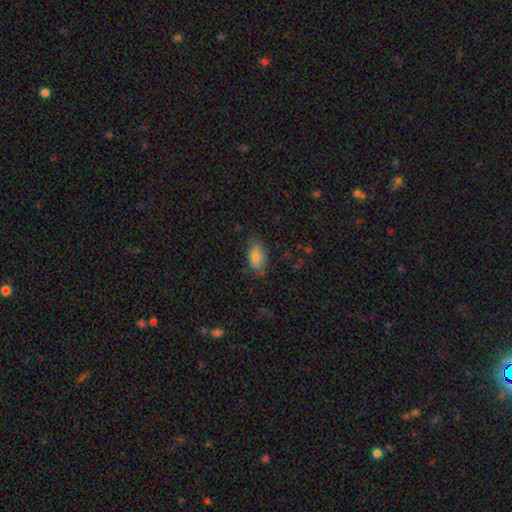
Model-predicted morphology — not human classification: Q: Smooth or featured?
A: smooth (81%); runner-up: featured or disk (11%)
Q: How rounded?
A: in between (90%); runner-up: round (7%)
Q: Merging?
A: none (62%); runner-up: minor disturbance (27%)